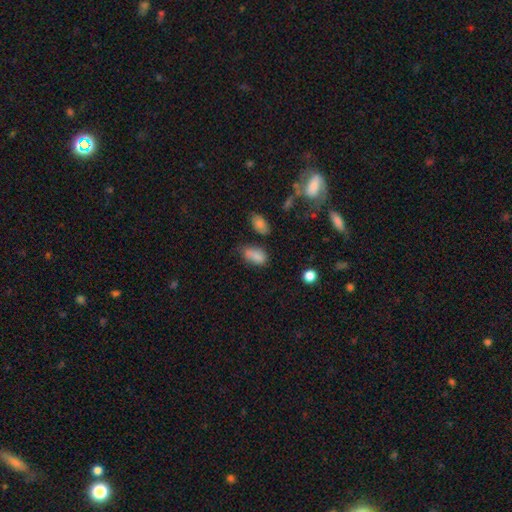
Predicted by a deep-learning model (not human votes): smooth_or_featured: smooth (p=0.81) [alt: star or artifact p=0.11]
how_rounded: in between (p=0.91) [alt: round p=0.06]
merging: none (p=0.50) [alt: minor disturbance p=0.30]